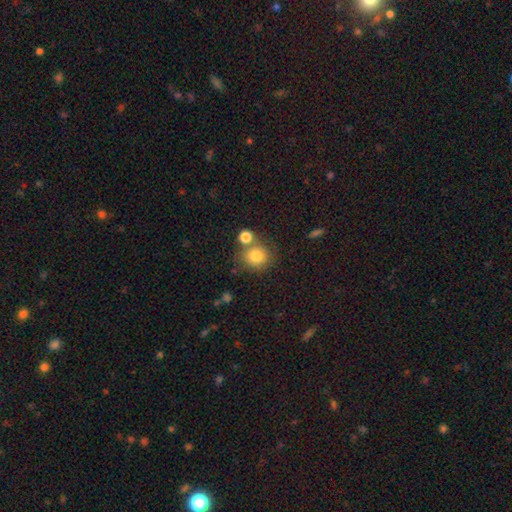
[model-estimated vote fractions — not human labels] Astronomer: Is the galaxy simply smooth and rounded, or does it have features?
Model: smooth — 80%.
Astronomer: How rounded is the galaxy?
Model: round — 86%.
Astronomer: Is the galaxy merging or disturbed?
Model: none — 65%.